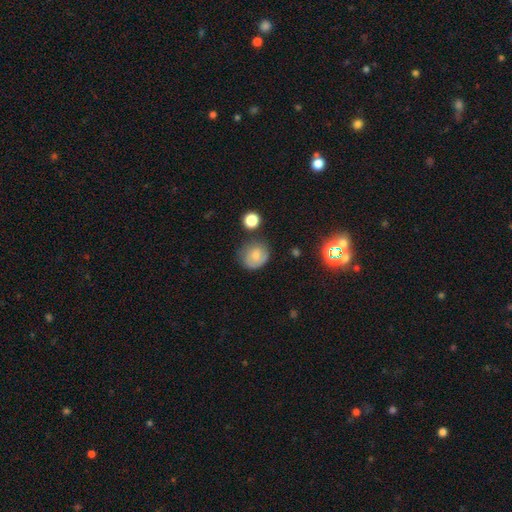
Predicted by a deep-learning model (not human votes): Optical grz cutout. It shows a smooth galaxy with no disk features (66%) that is round (75%). Merging: none (62%).